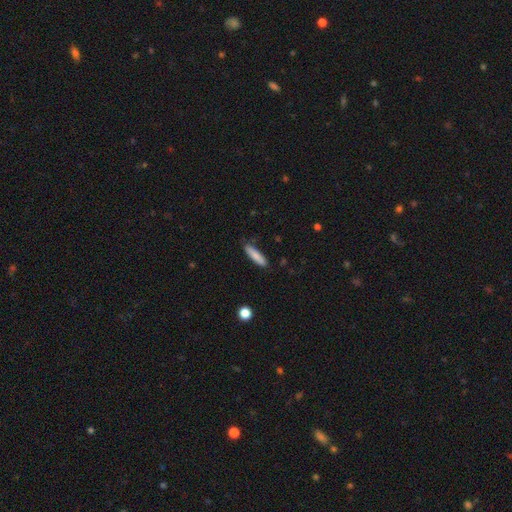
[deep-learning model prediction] This is clearly a smooth galaxy (83%). How rounded: likely cigar-shaped (78%). Merging: clearly none (85%).